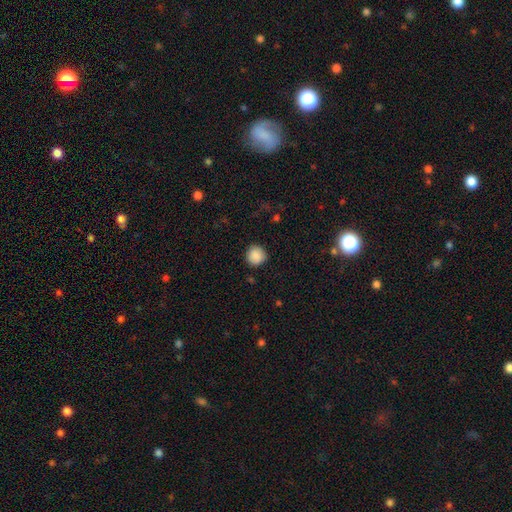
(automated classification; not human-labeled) This is clearly a smooth galaxy (89%). How rounded: clearly round (92%). Merging: clearly none (88%).